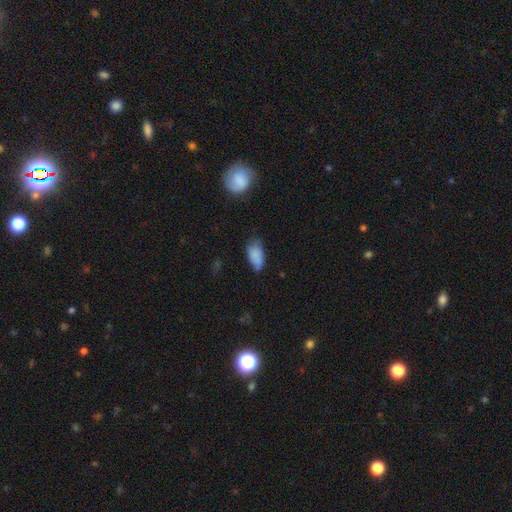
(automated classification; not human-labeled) Smooth or featured?
  - smooth: 81% *
  - featured or disk: 10%
  - star or artifact: 9%
How rounded?
  - in between: 92% *
  - round: 4%
  - cigar-shaped: 4%
Merging?
  - none: 50% *
  - minor disturbance: 35%
  - major disturbance: 10%
  - merger: 5%